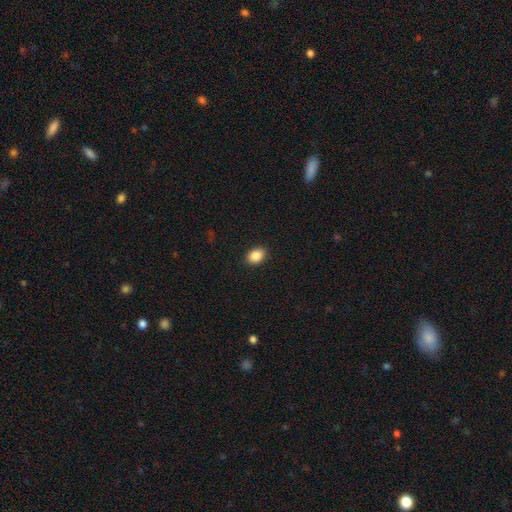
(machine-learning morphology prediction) smooth_or_featured: smooth (p=0.88) [alt: star or artifact p=0.08]
how_rounded: in between (p=0.73) [alt: round p=0.26]
merging: none (p=0.90) [alt: minor disturbance p=0.07]